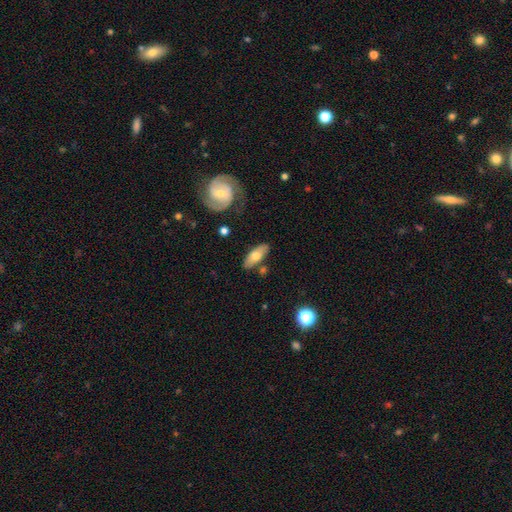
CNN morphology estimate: Overall: smooth (62%; featured or disk 32%). How rounded: in between (75%). Merging: none (76%).